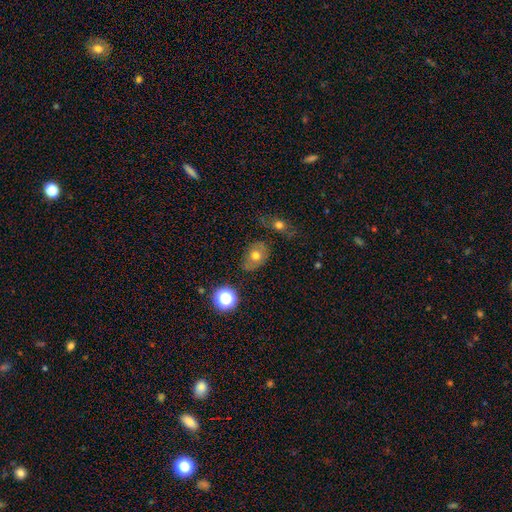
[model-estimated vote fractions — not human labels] This appears to be a smooth galaxy with no disk features (69%) that is in between round and cigar-shaped (58%). Merging: none (63%).